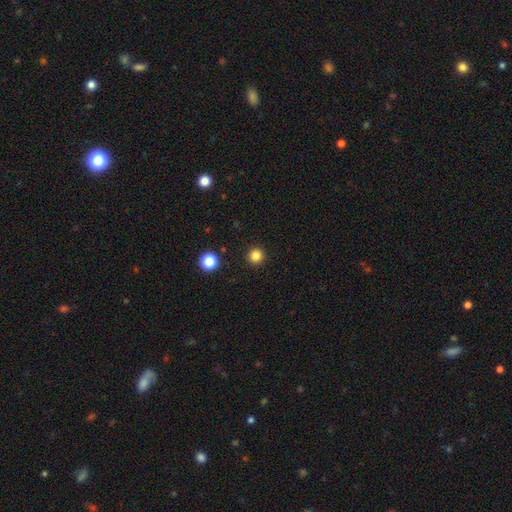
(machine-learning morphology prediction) type=smooth (83%); roundness=round (96%); merging=none (93%).